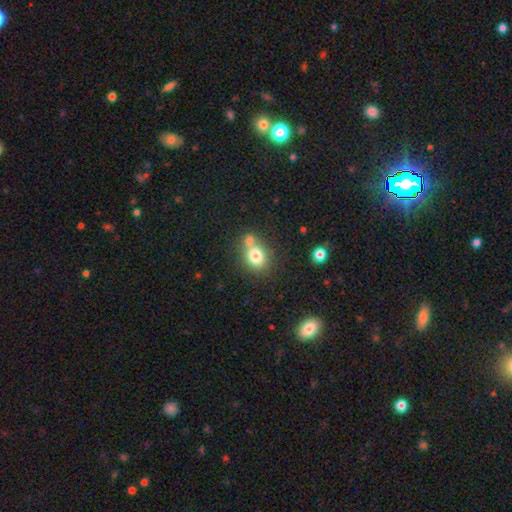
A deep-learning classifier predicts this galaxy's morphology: smooth-or-featured: smooth: 77% | featured or disk: 13% | star or artifact: 11%
  how-rounded: round: 57% | in between: 42% | cigar-shaped: 1%
  merging: none: 46% | merger: 39% | minor disturbance: 11% | major disturbance: 4%